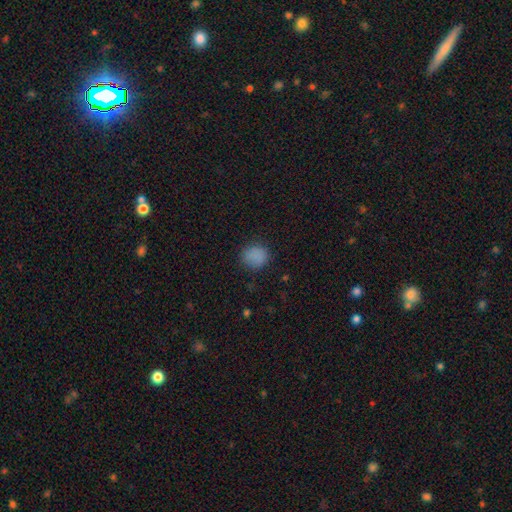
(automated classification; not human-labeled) smooth_or_featured: smooth (p=0.85) [alt: star or artifact p=0.11]
how_rounded: round (p=0.84) [alt: in between p=0.15]
merging: none (p=0.84) [alt: minor disturbance p=0.12]